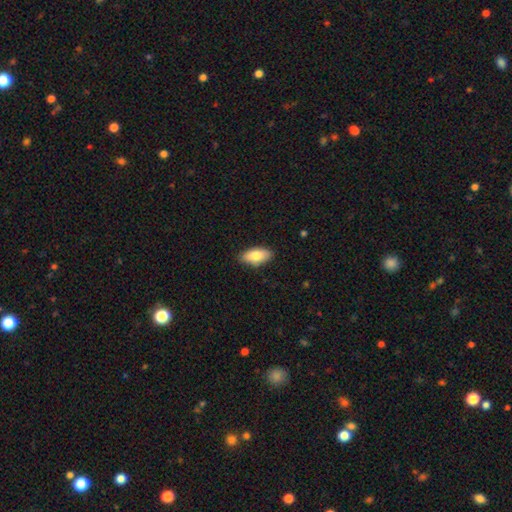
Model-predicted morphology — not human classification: smooth 80%, featured or disk 13%, star or artifact 6%. Down the decision tree: how rounded — in between (89%); merging — none (86%).